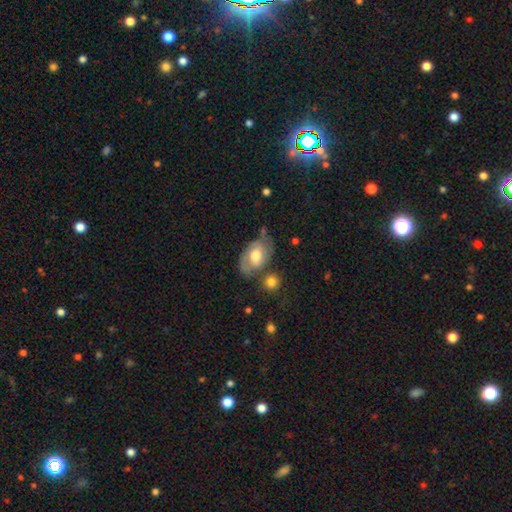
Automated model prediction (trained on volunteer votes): smooth_or_featured: featured or disk (p=0.52) [alt: smooth p=0.41]
disk_edge_on: no (p=0.94) [alt: yes p=0.06]
merging: none (p=0.51) [alt: minor disturbance p=0.24]